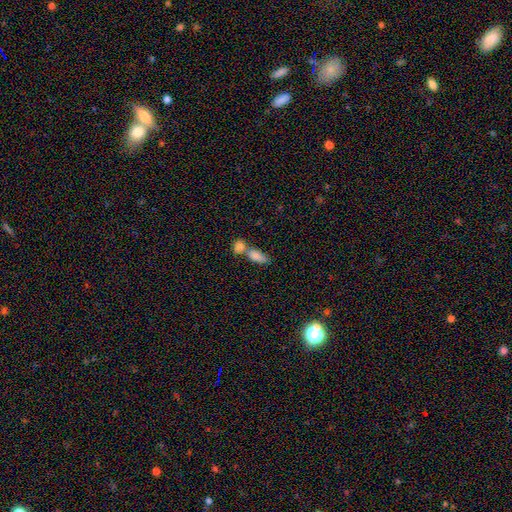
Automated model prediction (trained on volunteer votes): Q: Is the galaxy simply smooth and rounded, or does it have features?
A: smooth — 83%.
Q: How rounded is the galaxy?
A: in between — 80%.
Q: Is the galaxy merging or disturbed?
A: merger — 59%.